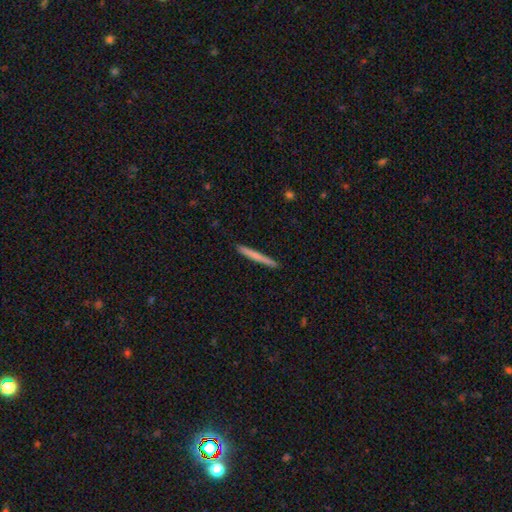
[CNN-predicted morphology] smooth 64%, featured or disk 30%, star or artifact 5%. Down the decision tree: how rounded — cigar-shaped (97%); merging — none (92%).